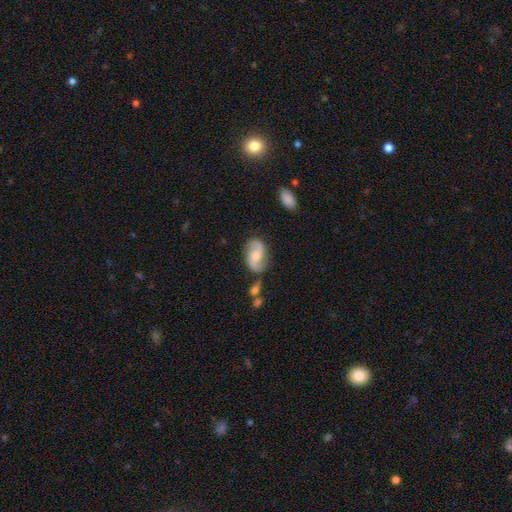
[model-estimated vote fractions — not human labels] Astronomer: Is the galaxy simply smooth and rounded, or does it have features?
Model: featured or disk — 74%.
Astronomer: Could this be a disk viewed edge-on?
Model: no — 97%.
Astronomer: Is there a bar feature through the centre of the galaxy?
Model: no — 53% (runner-up: weak, 37%).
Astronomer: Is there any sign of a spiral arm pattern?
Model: yes — 93%.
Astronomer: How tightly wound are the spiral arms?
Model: loose — 53% (runner-up: medium, 36%).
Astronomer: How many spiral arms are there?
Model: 2 — 91%.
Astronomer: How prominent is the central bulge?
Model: moderate — 59%.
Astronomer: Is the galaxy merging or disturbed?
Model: none — 70%.